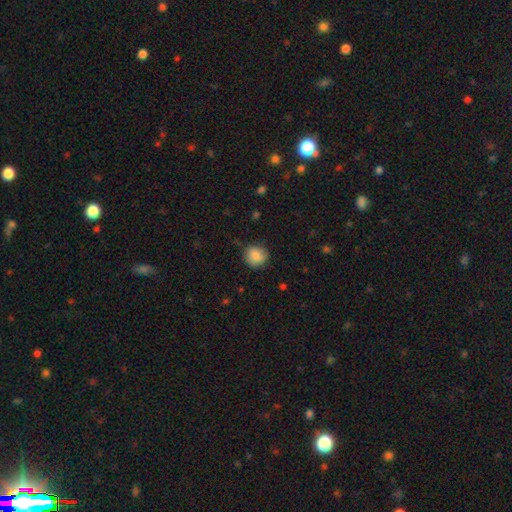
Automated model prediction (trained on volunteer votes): smooth_or_featured: smooth (p=0.87) [alt: star or artifact p=0.08]
how_rounded: round (p=0.85) [alt: in between p=0.14]
merging: none (p=0.80) [alt: minor disturbance p=0.15]